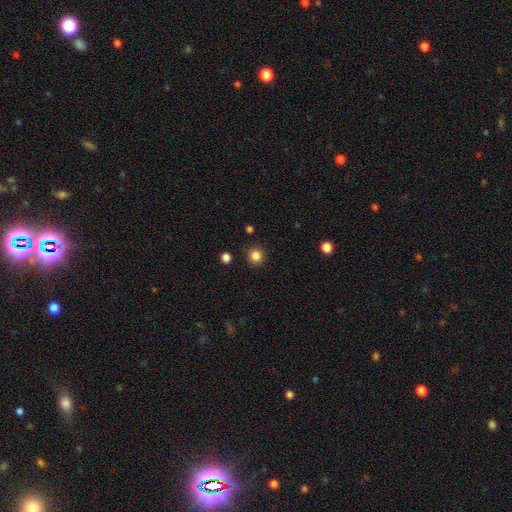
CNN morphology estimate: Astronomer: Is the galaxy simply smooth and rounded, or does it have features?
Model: smooth — 85%.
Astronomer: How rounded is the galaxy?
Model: round — 93%.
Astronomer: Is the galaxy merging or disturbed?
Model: none — 91%.